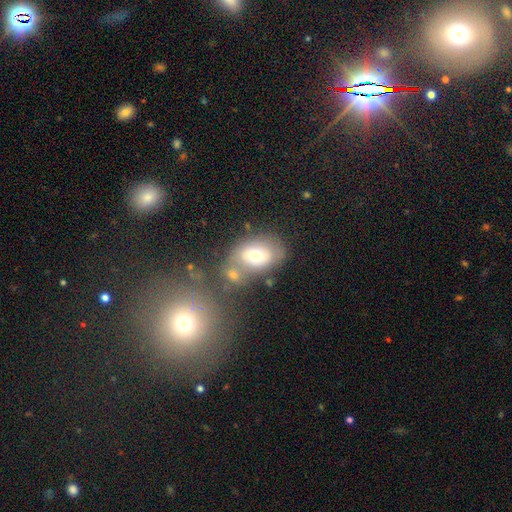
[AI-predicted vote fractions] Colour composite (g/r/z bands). It shows a smooth galaxy with no disk features (64%) that is in between round and cigar-shaped (77%). Merging: none (46%).